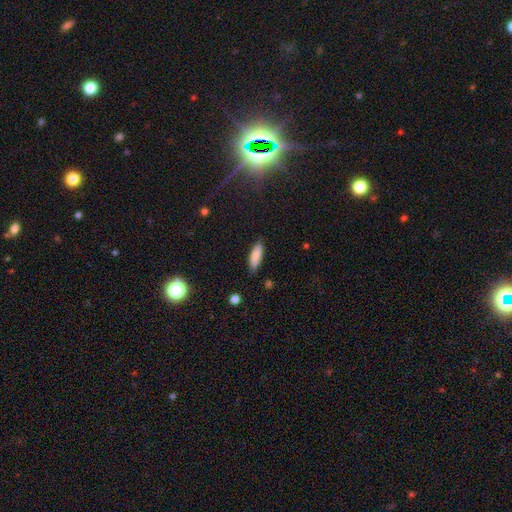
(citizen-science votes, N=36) A smooth galaxy with no disk features (89%) that is in between round and cigar-shaped (53%).

Vote fractions:
- Smooth or featured? smooth: 89% / featured or disk: 8% / star or artifact: 3%
- How rounded? in between: 53% / cigar-shaped: 47% / round: 0%
- Merging? none: 89% / minor disturbance: 9% / major disturbance: 3% / merger: 0%